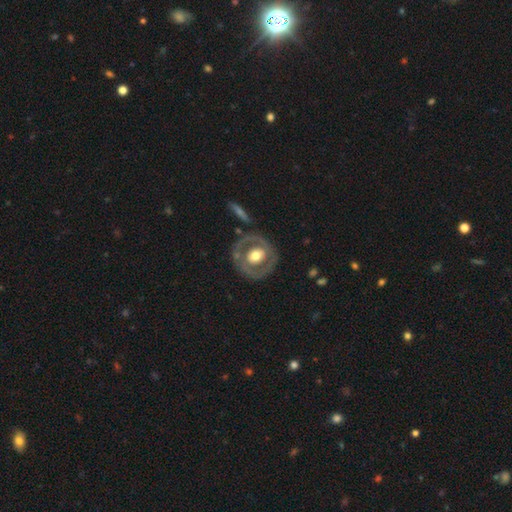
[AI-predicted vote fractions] Smooth or featured?
  - featured or disk: 61% *
  - smooth: 34%
  - star or artifact: 5%
Edge-on disk?
  - no: 95% *
  - yes: 5%
Bar?
  - no: 70% *
  - weak: 20%
  - strong: 9%
Spiral arms?
  - no: 75% *
  - yes: 25%
Bulge size?
  - moderate: 58% *
  - large: 33%
  - small: 5%
  - dominant: 2%
  - none: 1%
Merging?
  - none: 77% *
  - minor disturbance: 13%
  - major disturbance: 7%
  - merger: 3%